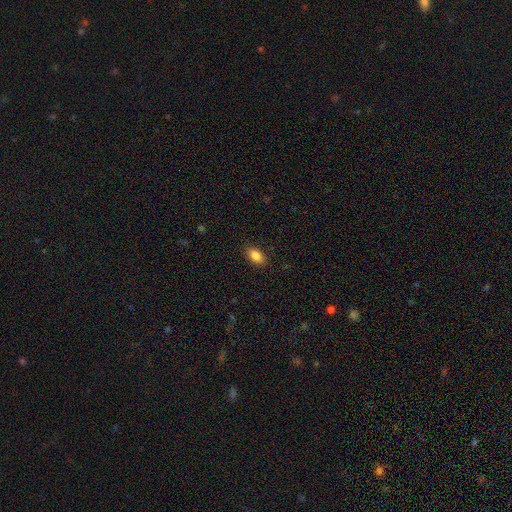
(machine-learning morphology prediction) The model was most divided on "smooth or featured": smooth: 86%, star or artifact: 8%, featured or disk: 6%. More confident: how rounded — in between (91%); merging — none (88%).